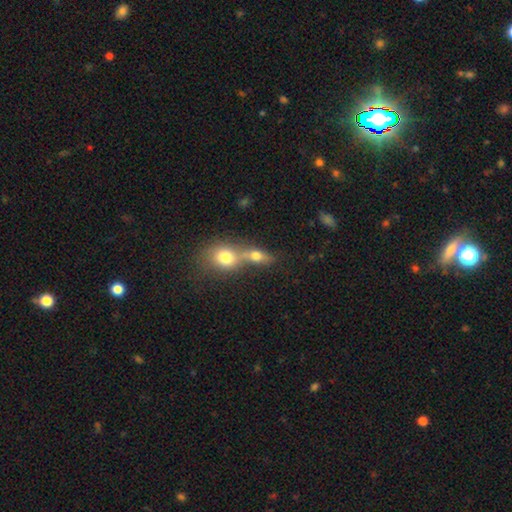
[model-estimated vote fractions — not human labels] Overall: smooth (72%). How rounded: in between (55%; round 36%). Merging: merger (67%).